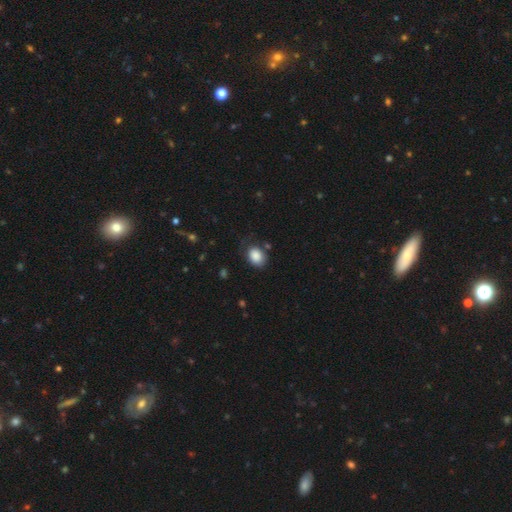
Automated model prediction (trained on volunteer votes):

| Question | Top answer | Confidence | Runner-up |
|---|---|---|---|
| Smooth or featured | smooth | 87% | star or artifact (8%) |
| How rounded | in between | 56% | round (43%) |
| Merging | none | 69% | minor disturbance (21%) |